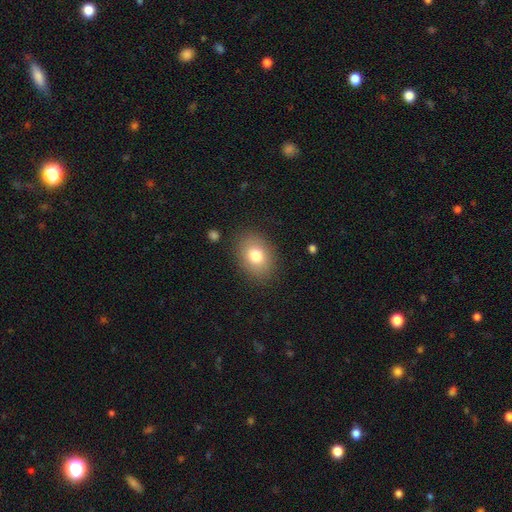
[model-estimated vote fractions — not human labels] This appears to be a smooth galaxy with no disk features (78%) that is in between round and cigar-shaped (70%). Merging: none (85%).